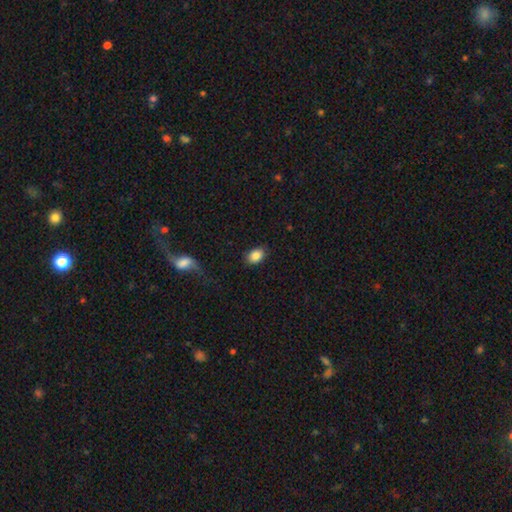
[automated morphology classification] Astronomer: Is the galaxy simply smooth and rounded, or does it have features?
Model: smooth — 86%.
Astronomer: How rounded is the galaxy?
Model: in between — 76%.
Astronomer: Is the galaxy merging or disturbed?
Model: none — 86%.